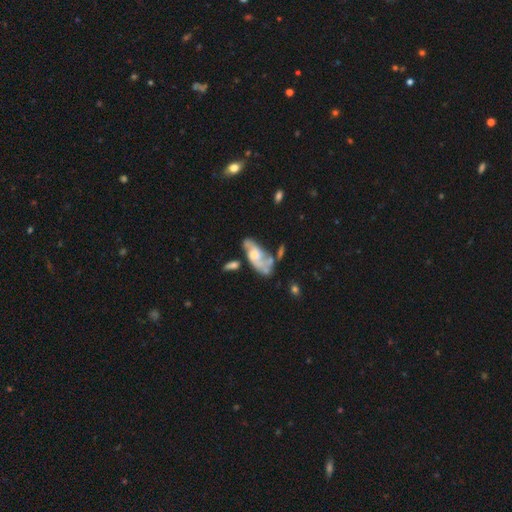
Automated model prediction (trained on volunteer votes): smooth_or_featured: featured or disk (p=0.64) [alt: smooth p=0.29]
disk_edge_on: no (p=0.93) [alt: yes p=0.07]
bar: no (p=0.73) [alt: weak p=0.23]
has_spiral_arms: yes (p=0.68) [alt: no p=0.32]
bulge_size: moderate (p=0.41) [alt: small p=0.24]
merging: none (p=0.31) [alt: merger p=0.25]